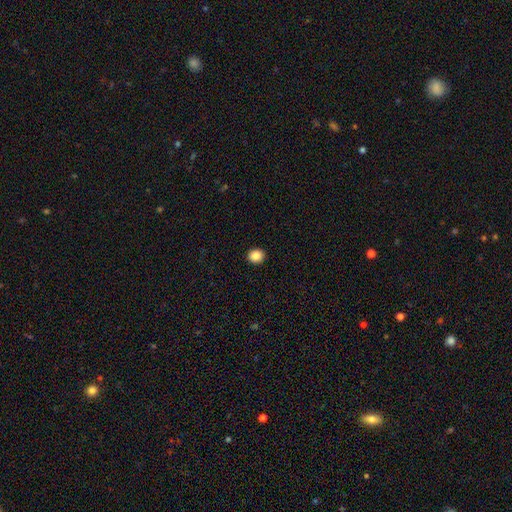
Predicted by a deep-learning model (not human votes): A smooth galaxy with no disk features (86%) that is round (76%). Merging: none (93%).